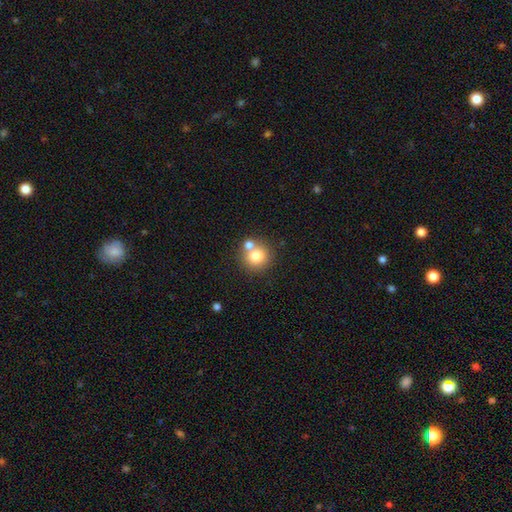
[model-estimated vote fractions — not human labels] This appears to be a smooth galaxy with no disk features (77%) that is round (89%). Merging: none (60%).